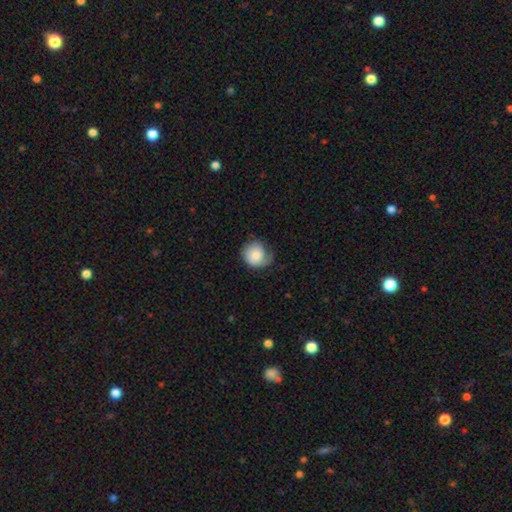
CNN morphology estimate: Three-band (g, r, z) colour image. It shows a smooth galaxy with no disk features (73%) that is round (82%). Merging: none (45%).